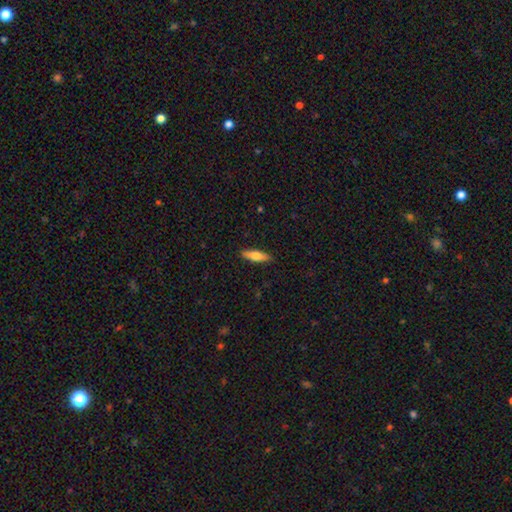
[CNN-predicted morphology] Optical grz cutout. It shows a smooth galaxy with no disk features (64%) that is cigar-shaped (60%). Merging: none (89%).